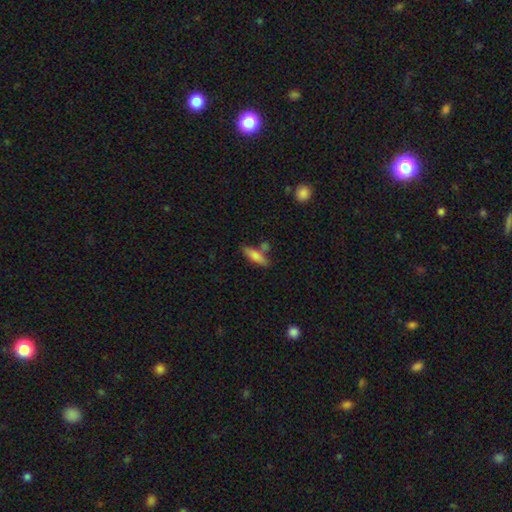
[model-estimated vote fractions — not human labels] Morphology: type=smooth (78%); roundness=cigar-shaped (55%); merging=none (65%).